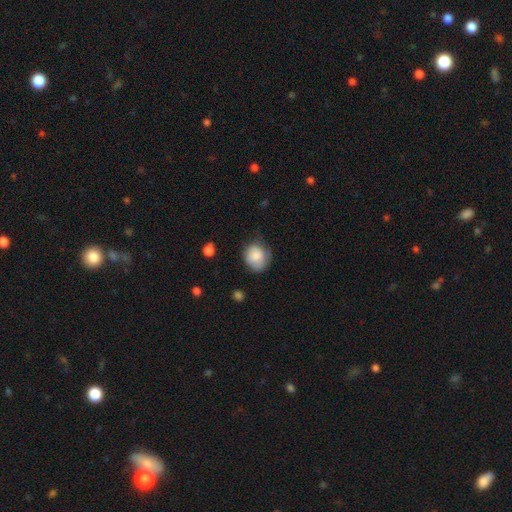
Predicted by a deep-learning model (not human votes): Smooth or featured? Predicted: smooth (p=0.81). How rounded? Predicted: round (p=0.67). Merging? Predicted: none (p=0.57).